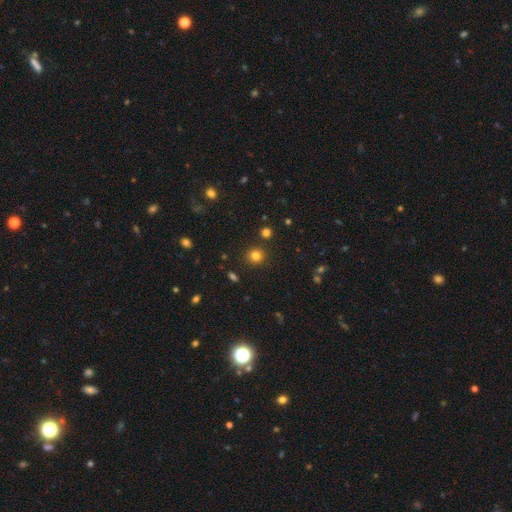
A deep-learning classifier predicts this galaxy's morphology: This appears to be a smooth galaxy with no disk features (80%) that is round (89%). Merging: none (88%).